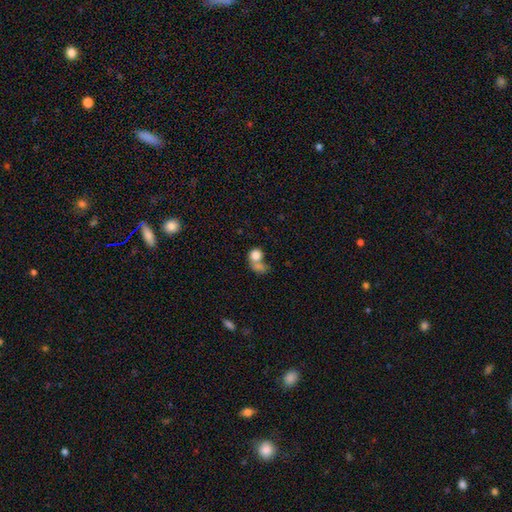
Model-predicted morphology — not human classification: smooth_or_featured: smooth (p=0.78) [alt: featured or disk p=0.13]
how_rounded: round (p=0.68) [alt: in between p=0.31]
merging: merger (p=0.54) [alt: none p=0.24]